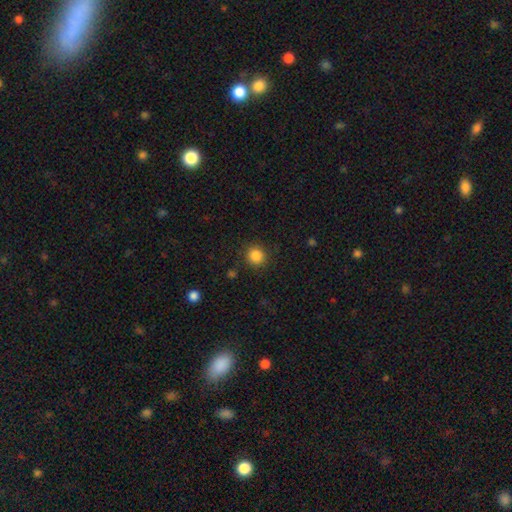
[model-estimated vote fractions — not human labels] smooth-or-featured: smooth: 85% | star or artifact: 11% | featured or disk: 4%
  how-rounded: round: 92% | in between: 7% | cigar-shaped: 1%
  merging: none: 89% | minor disturbance: 7% | major disturbance: 2% | merger: 1%